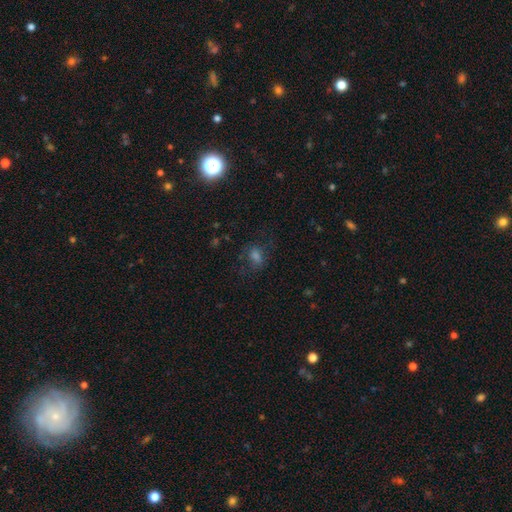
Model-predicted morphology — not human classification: A smooth galaxy with no disk features (51%) that is in between round and cigar-shaped (65%). Merging: none (66%).